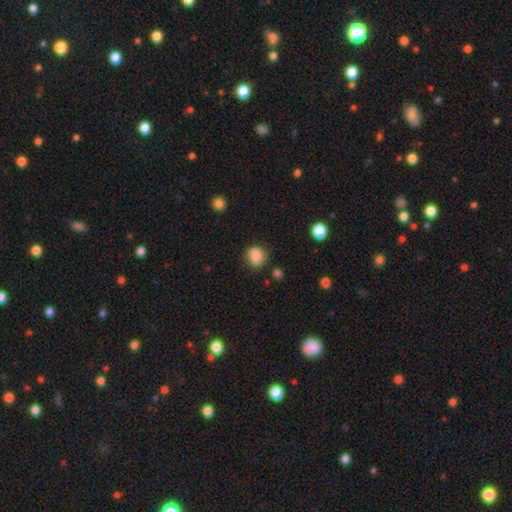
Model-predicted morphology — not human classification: A smooth galaxy with no disk features (84%) that is round (70%).

Vote fractions:
- Smooth or featured? smooth: 84% / star or artifact: 9% / featured or disk: 7%
- How rounded? round: 70% / in between: 29% / cigar-shaped: 1%
- Merging? none: 76% / minor disturbance: 17% / major disturbance: 5% / merger: 2%